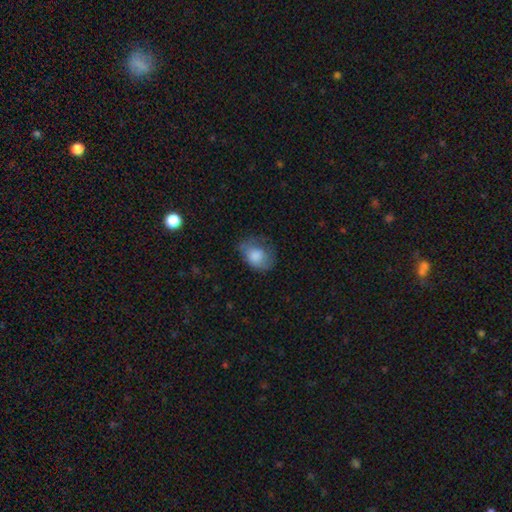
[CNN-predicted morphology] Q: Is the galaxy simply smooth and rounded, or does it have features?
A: smooth — 78%.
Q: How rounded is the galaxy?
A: in between — 66%.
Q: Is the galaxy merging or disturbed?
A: none — 46%.